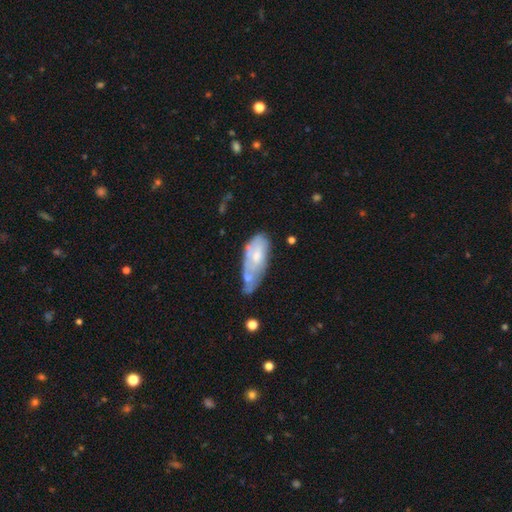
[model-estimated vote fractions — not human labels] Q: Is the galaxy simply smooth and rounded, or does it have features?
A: smooth — 47%.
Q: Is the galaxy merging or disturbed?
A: minor disturbance — 36%.